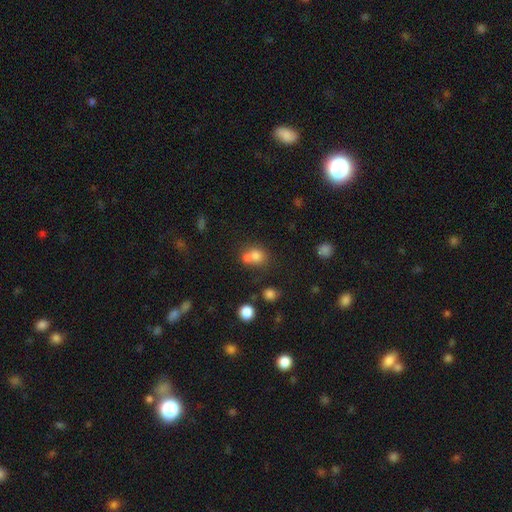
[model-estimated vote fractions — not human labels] Morphology: type=smooth (74%); roundness=round (73%); merging=merger (51%).